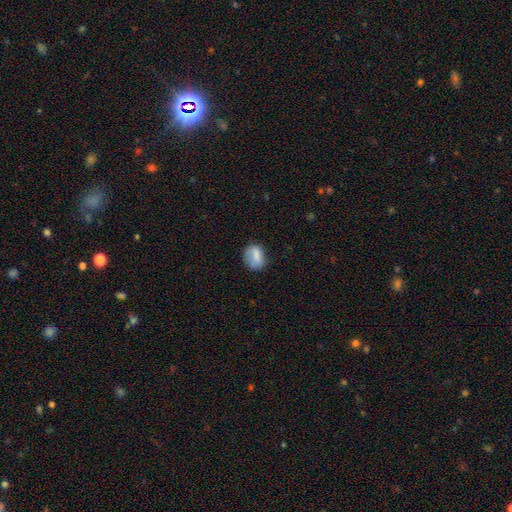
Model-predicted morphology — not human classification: The model was most divided on "how rounded": in between: 56%, round: 41%, cigar-shaped: 3%. More confident: smooth or featured — smooth (77%); merging — none (67%).